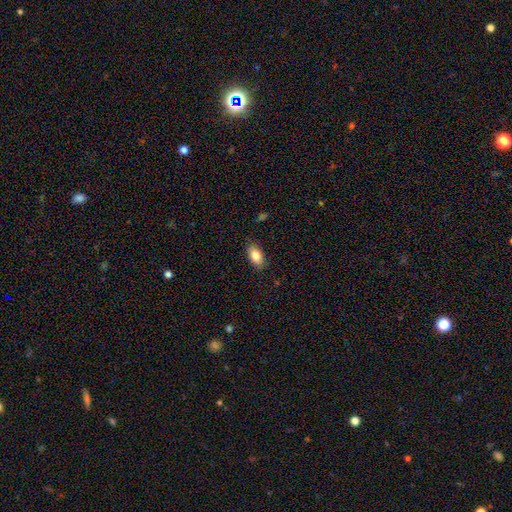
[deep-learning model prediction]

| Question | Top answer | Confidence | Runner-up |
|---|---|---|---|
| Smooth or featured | smooth | 84% | featured or disk (8%) |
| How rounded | in between | 90% | round (5%) |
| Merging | none | 86% | minor disturbance (11%) |